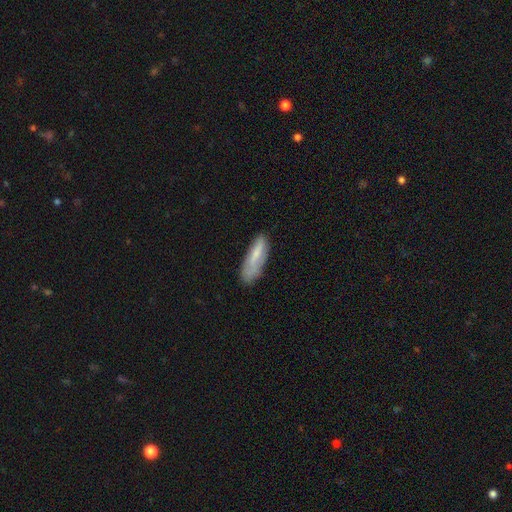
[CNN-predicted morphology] smooth-or-featured: smooth: 68% | featured or disk: 25% | star or artifact: 7%
  how-rounded: cigar-shaped: 57% | in between: 41% | round: 2%
  merging: none: 65% | minor disturbance: 25% | major disturbance: 7% | merger: 2%